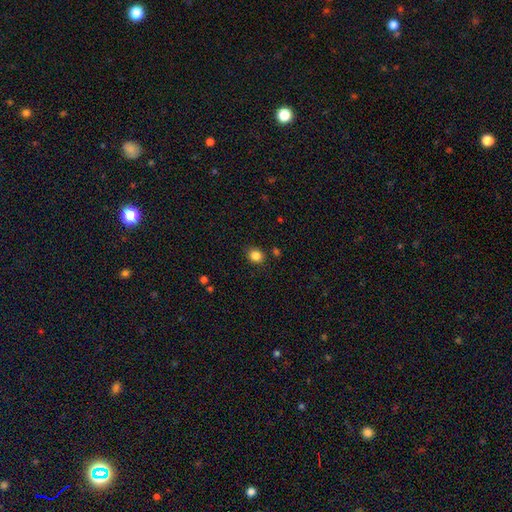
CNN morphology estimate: This is clearly a smooth galaxy (84%). How rounded: likely round (75%). Merging: clearly none (85%).